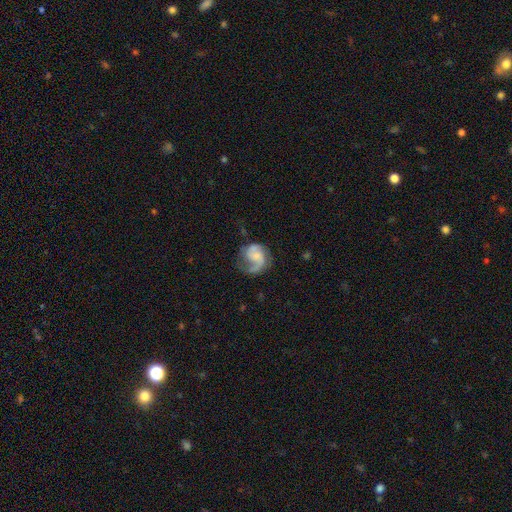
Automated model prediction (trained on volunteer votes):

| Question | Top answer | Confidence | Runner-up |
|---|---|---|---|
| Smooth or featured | featured or disk | 80% | smooth (14%) |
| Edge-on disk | no | 98% | yes (2%) |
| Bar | no | 65% | weak (30%) |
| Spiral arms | yes | 95% | no (5%) |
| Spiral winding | medium | 49% | loose (28%) |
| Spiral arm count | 2 | 68% | 1 (21%) |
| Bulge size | small | 55% | moderate (28%) |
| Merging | none | 57% | minor disturbance (22%) |